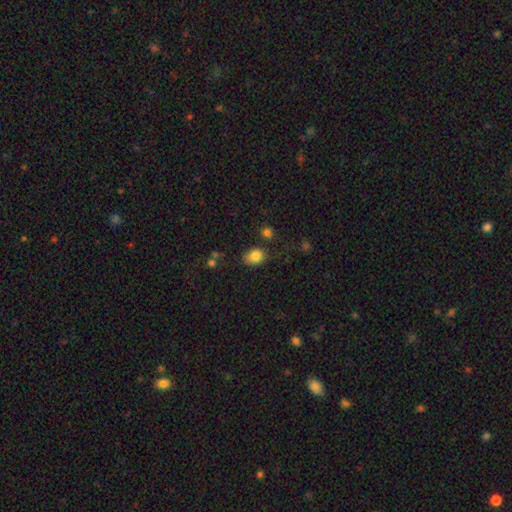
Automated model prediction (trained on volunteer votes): A smooth galaxy with no disk features (83%) that is in between round and cigar-shaped (61%).

Vote fractions:
- Smooth or featured? smooth: 83% / star or artifact: 10% / featured or disk: 7%
- How rounded? in between: 61% / round: 38% / cigar-shaped: 1%
- Merging? none: 69% / minor disturbance: 21% / major disturbance: 5% / merger: 5%